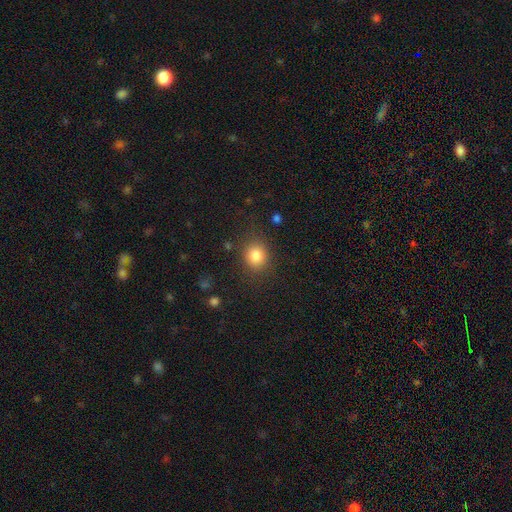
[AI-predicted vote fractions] Smooth or featured?
  - smooth: 82% *
  - star or artifact: 11%
  - featured or disk: 7%
How rounded?
  - round: 73% *
  - in between: 26%
  - cigar-shaped: 1%
Merging?
  - none: 83% *
  - minor disturbance: 11%
  - major disturbance: 4%
  - merger: 2%